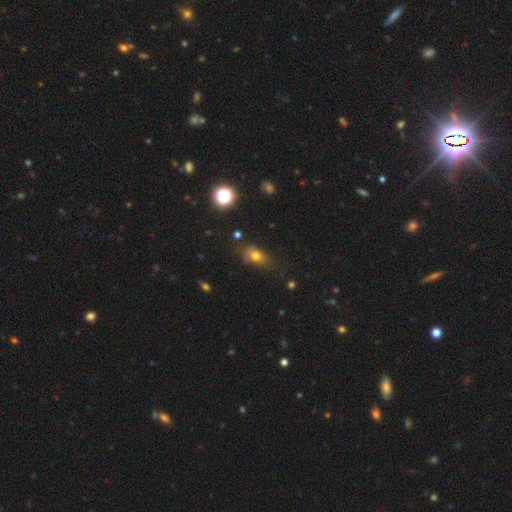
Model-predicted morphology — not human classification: Smooth or featured? Predicted: smooth (p=0.68). How rounded? Predicted: in between (p=0.74). Merging? Predicted: none (p=0.45).